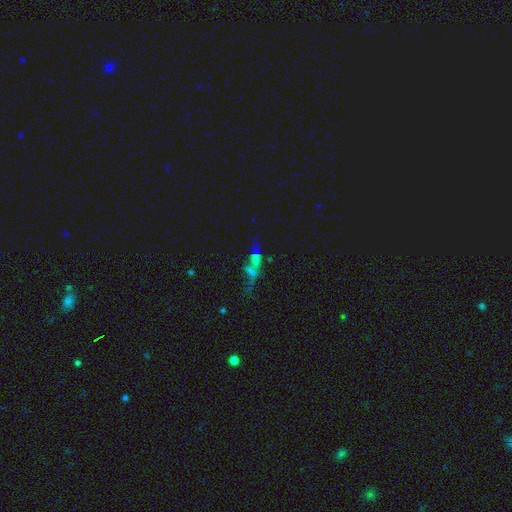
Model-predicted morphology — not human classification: This appears to be a star or artifact, not a galaxy (39%).